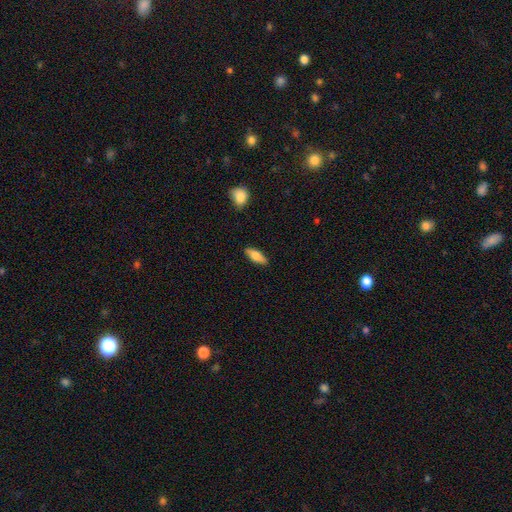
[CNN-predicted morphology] This is likely a smooth galaxy (73%). How rounded: likely in between (67%). Merging: clearly none (86%).